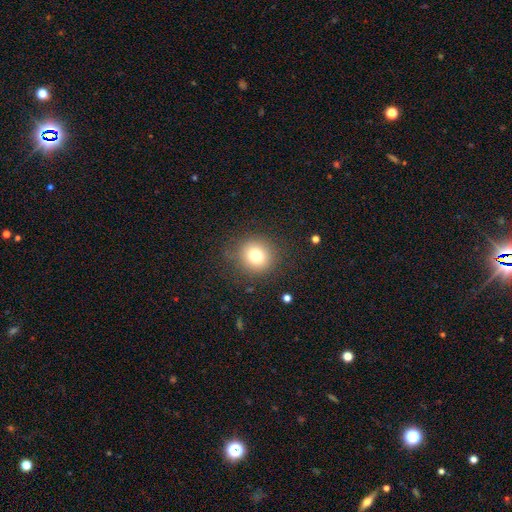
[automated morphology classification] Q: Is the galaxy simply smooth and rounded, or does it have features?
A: smooth — 77%.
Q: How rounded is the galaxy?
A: round — 90%.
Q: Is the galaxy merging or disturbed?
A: none — 86%.